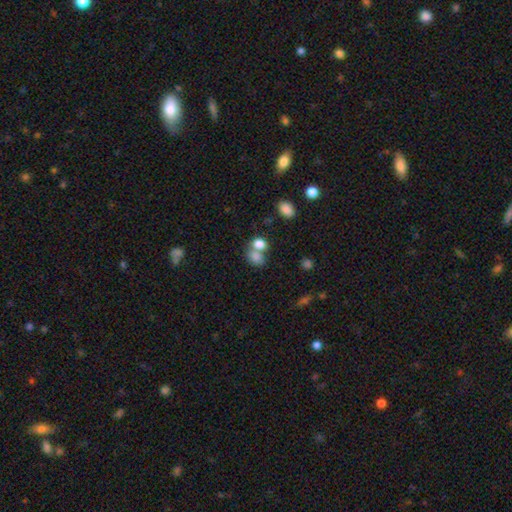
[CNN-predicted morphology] A smooth galaxy with no disk features (80%) that is in between round and cigar-shaped (59%). Merging: merger (55%).